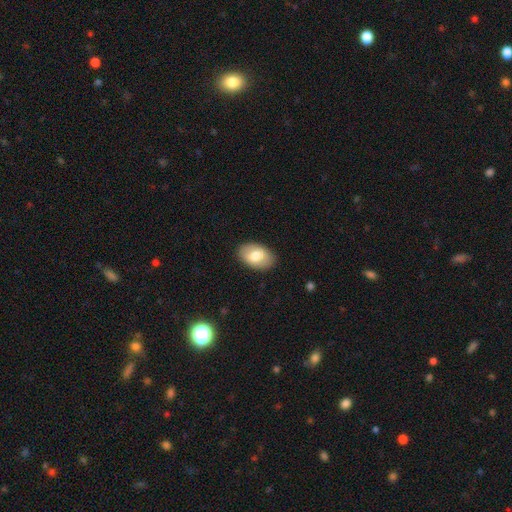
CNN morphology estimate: smooth_or_featured: smooth (p=0.73) [alt: featured or disk p=0.20]
how_rounded: in between (p=0.91) [alt: round p=0.08]
merging: none (p=0.88) [alt: minor disturbance p=0.09]